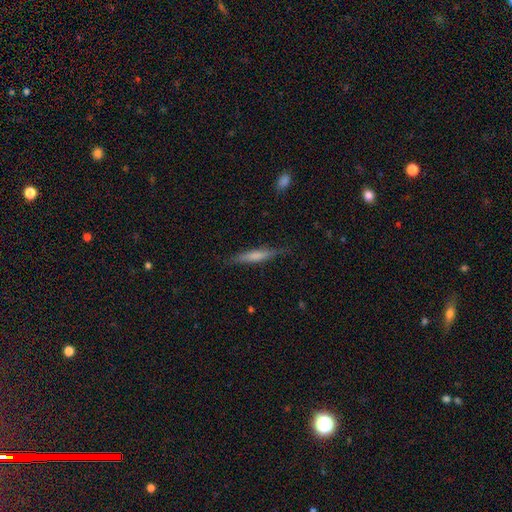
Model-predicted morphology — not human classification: A smooth galaxy with no disk features (60%) that is cigar-shaped (89%).

Vote fractions:
- Smooth or featured? smooth: 60% / featured or disk: 34% / star or artifact: 6%
- How rounded? cigar-shaped: 89% / in between: 9% / round: 2%
- Merging? none: 83% / minor disturbance: 13% / major disturbance: 3% / merger: 1%